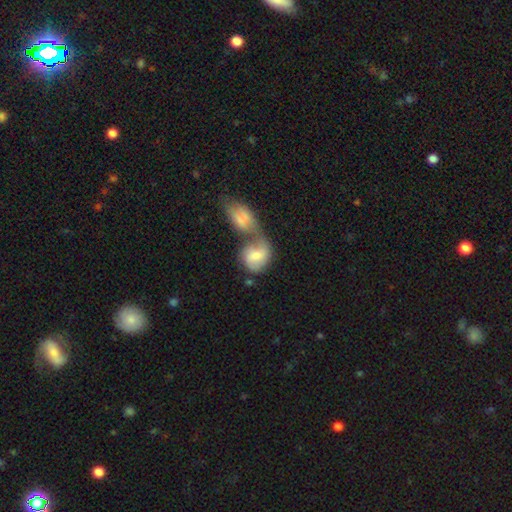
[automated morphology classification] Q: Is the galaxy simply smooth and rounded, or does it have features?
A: smooth — 55%.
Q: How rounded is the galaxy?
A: in between — 52%.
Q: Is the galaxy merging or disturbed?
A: merger — 69%.